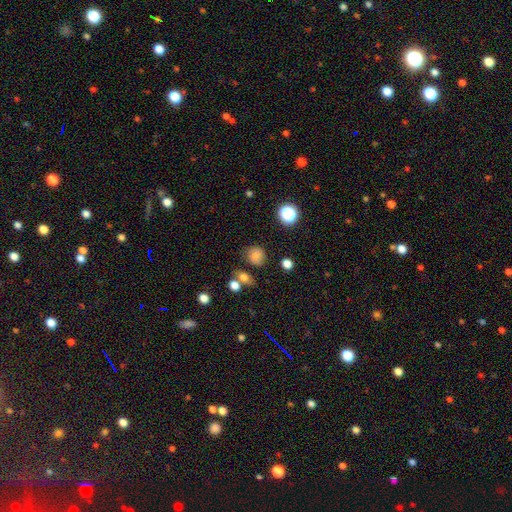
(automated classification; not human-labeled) Smooth or featured? smooth (77%)
How rounded? round (78%)
Merging? none (68%)